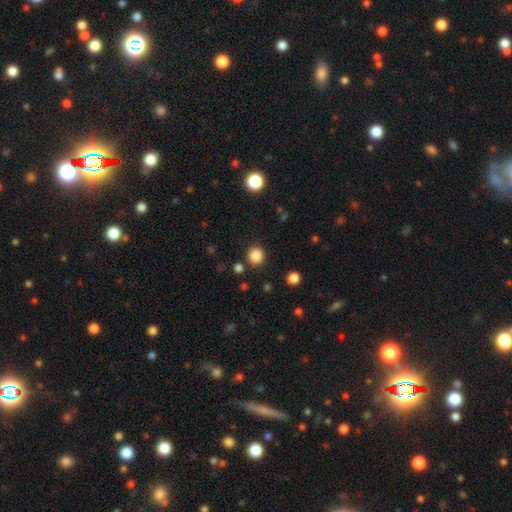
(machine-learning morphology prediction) Overall: smooth (85%). How rounded: round (92%). Merging: none (88%).